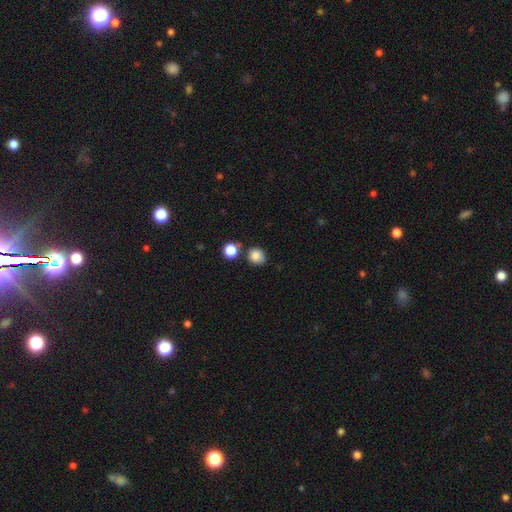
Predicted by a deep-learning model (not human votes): A smooth galaxy with no disk features (85%) that is round (76%). Merging: none (70%).